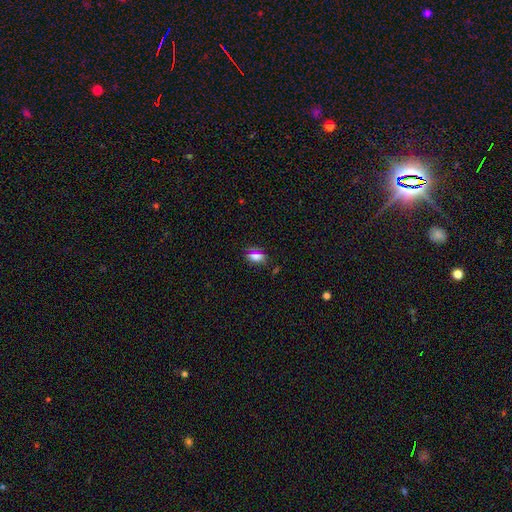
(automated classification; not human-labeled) Overall: smooth (65%). How rounded: in between (72%). Merging: none (79%).